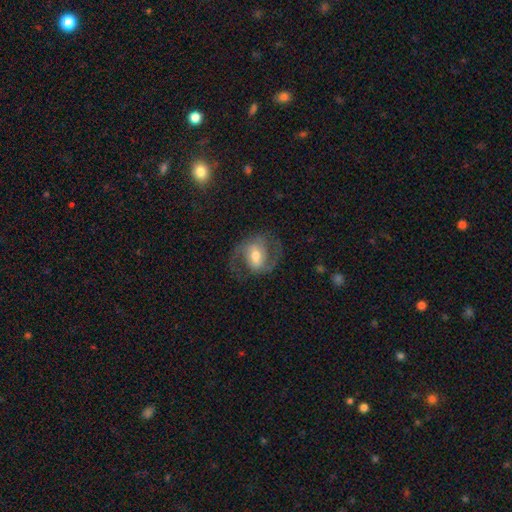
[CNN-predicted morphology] featured or disk 79%, smooth 15%, star or artifact 6%. Down the decision tree: edge-on disk — no (97%); bar — weak (47%); spiral arms — yes (92%); spiral arm count — 2 (88%); spiral winding — medium (54%); bulge size — moderate (64%); merging — none (69%).